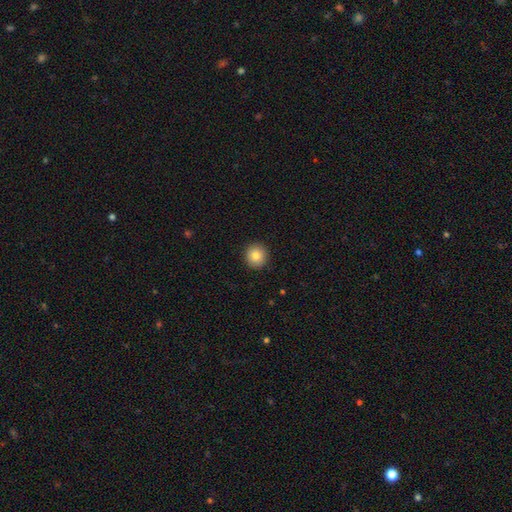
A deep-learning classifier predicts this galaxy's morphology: A smooth galaxy with no disk features (83%) that is round (94%). Merging: none (92%).